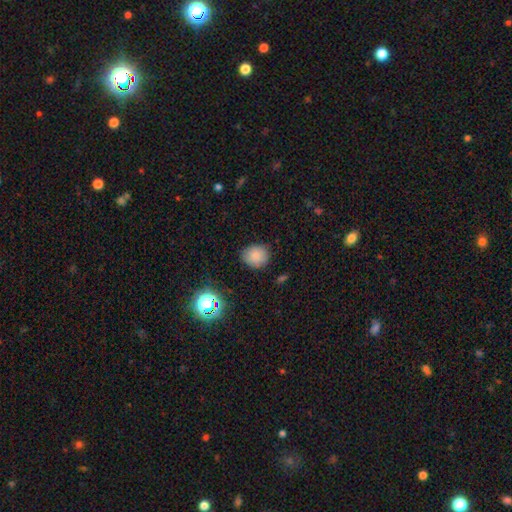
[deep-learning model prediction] Smooth or featured?
  - smooth: 82% *
  - star or artifact: 13%
  - featured or disk: 6%
How rounded?
  - round: 73% *
  - in between: 26%
  - cigar-shaped: 1%
Merging?
  - none: 81% *
  - minor disturbance: 15%
  - major disturbance: 3%
  - merger: 1%